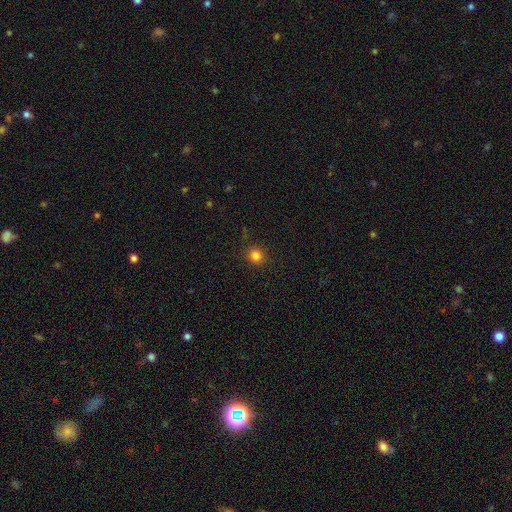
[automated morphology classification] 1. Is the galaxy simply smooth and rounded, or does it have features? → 82% smooth, 14% star or artifact, 4% featured or disk.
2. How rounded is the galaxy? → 87% round, 12% in between, 1% cigar-shaped.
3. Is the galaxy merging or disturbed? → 89% none, 7% minor disturbance, 2% major disturbance, 1% merger.